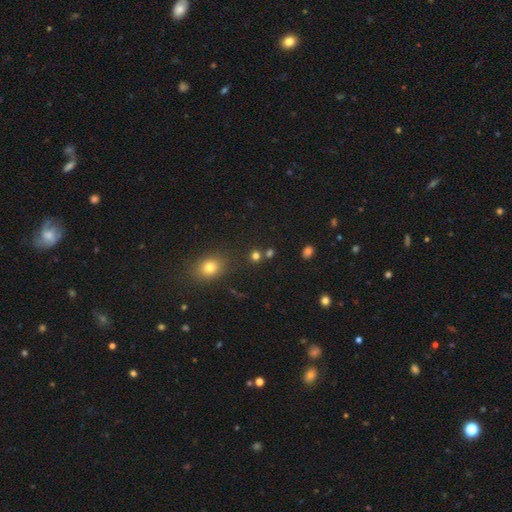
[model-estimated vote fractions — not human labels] Smooth or featured: smooth — 74% (star or artifact — 20%)
How rounded: round — 84% (in between — 15%)
Merging: none — 74% (merger — 15%)